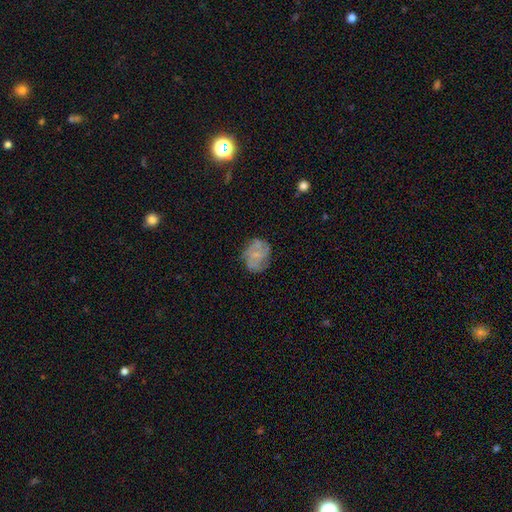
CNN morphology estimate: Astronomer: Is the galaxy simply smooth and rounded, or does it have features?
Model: featured or disk — 56% (runner-up: smooth, 35%).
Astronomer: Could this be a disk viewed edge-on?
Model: no — 98%.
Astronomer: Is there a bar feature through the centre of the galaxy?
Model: no — 77%.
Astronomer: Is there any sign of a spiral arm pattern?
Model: yes — 80%.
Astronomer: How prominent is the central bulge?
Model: small — 70%.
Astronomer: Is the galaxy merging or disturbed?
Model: none — 69%.